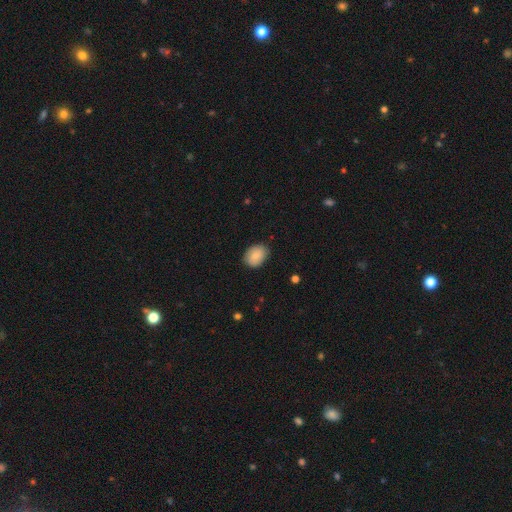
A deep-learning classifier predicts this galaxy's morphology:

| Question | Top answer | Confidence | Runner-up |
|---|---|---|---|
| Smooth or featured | smooth | 83% | featured or disk (10%) |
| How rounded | in between | 66% | round (33%) |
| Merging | none | 79% | minor disturbance (17%) |